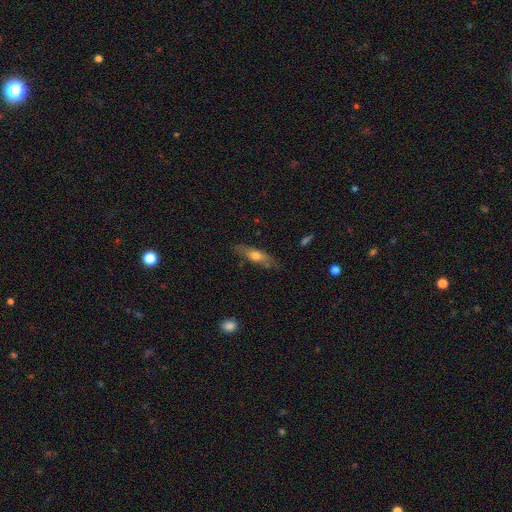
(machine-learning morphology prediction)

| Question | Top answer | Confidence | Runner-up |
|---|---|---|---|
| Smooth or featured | smooth | 55% | featured or disk (38%) |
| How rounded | cigar-shaped | 56% | in between (41%) |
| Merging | none | 75% | minor disturbance (18%) |